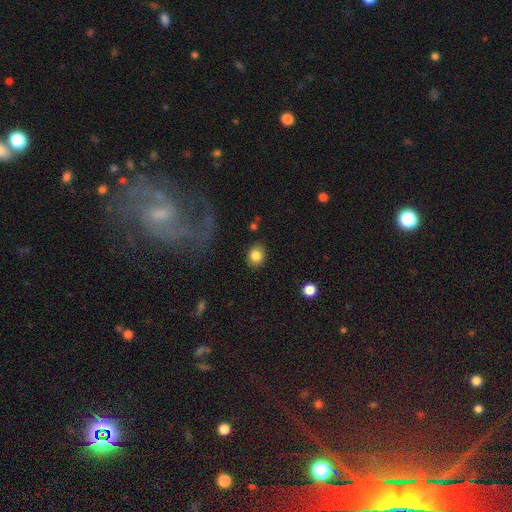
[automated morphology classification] smooth-or-featured: smooth: 83% | star or artifact: 9% | featured or disk: 8%
  how-rounded: round: 51% | in between: 48% | cigar-shaped: 1%
  merging: none: 85% | minor disturbance: 10% | major disturbance: 3% | merger: 2%